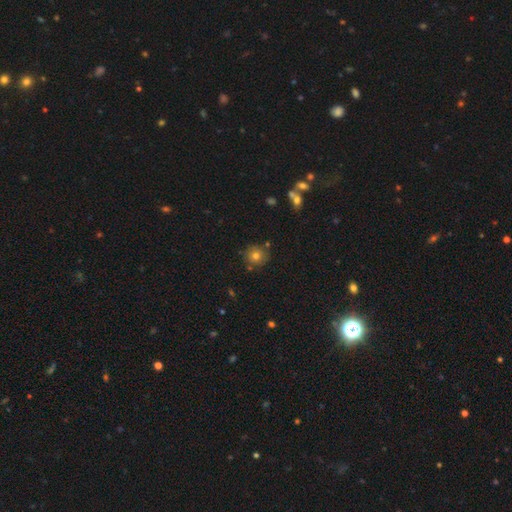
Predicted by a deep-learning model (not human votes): smooth-or-featured: smooth: 76% | star or artifact: 13% | featured or disk: 11%
  how-rounded: round: 91% | in between: 8% | cigar-shaped: 1%
  merging: none: 80% | minor disturbance: 11% | merger: 7% | major disturbance: 3%